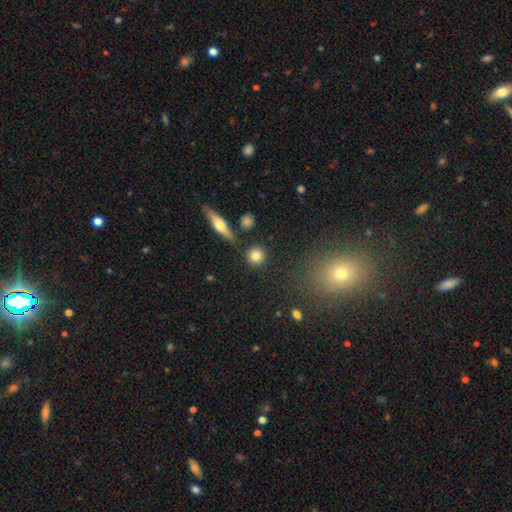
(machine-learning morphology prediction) smooth_or_featured: smooth (p=0.83) [alt: featured or disk p=0.09]
how_rounded: round (p=0.90) [alt: in between p=0.08]
merging: none (p=0.86) [alt: minor disturbance p=0.07]